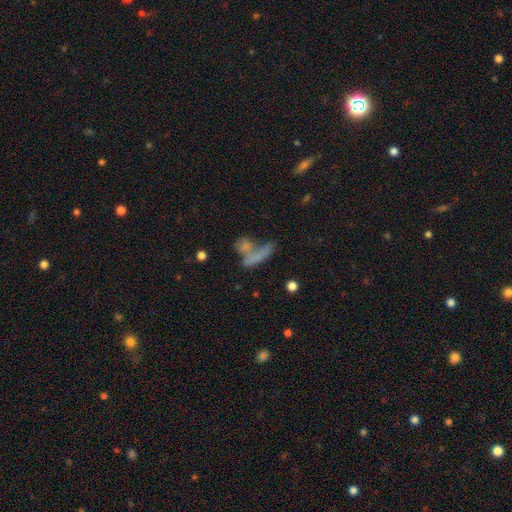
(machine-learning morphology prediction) Smooth or featured? Predicted: smooth (p=0.62). How rounded? Predicted: cigar-shaped (p=0.47). Merging? Predicted: merger (p=0.45).